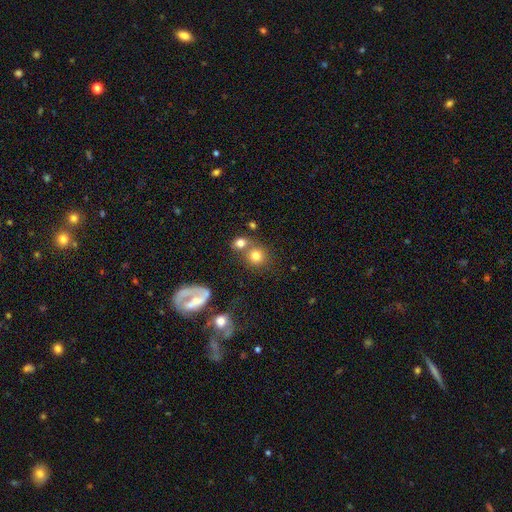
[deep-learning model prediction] A smooth galaxy with no disk features (76%) that is round (84%).

Vote fractions:
- Smooth or featured? smooth: 76% / star or artifact: 13% / featured or disk: 11%
- How rounded? round: 84% / in between: 15% / cigar-shaped: 1%
- Merging? none: 53% / merger: 33% / minor disturbance: 9% / major disturbance: 5%